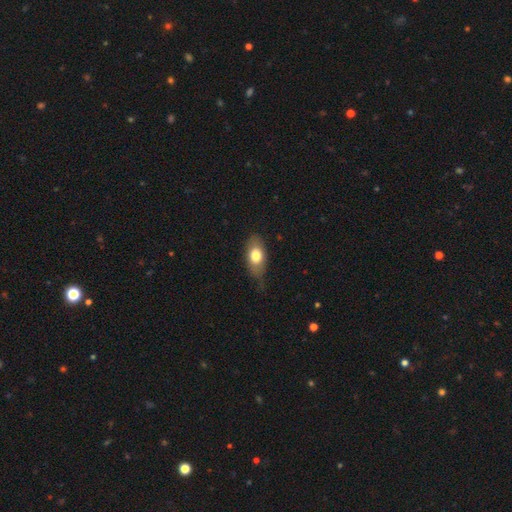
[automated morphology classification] Overall: smooth (73%). How rounded: in between (86%). Merging: none (65%; minor disturbance 27%).